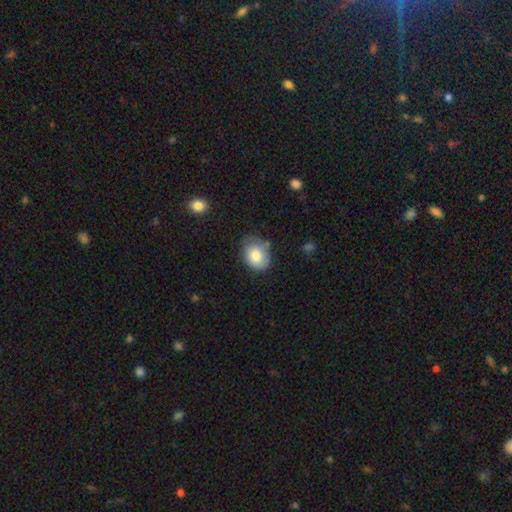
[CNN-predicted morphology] A smooth galaxy with no disk features (78%) that is in between round and cigar-shaped (63%). Merging: none (63%).